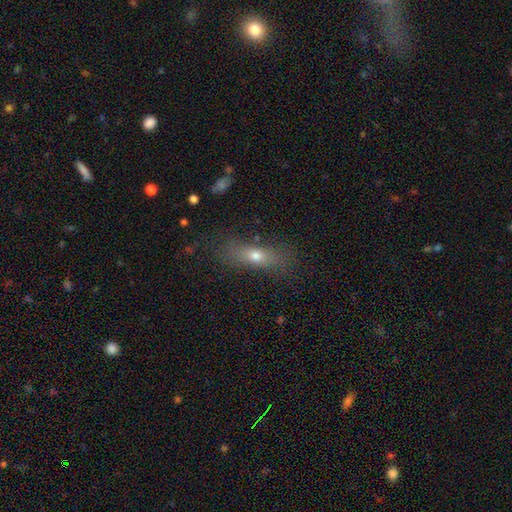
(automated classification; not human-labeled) A smooth galaxy with no disk features (64%) that is in between round and cigar-shaped (48%).

Vote fractions:
- Smooth or featured? smooth: 64% / featured or disk: 24% / star or artifact: 12%
- How rounded? in between: 48% / cigar-shaped: 45% / round: 7%
- Merging? none: 71% / minor disturbance: 18% / major disturbance: 9% / merger: 2%